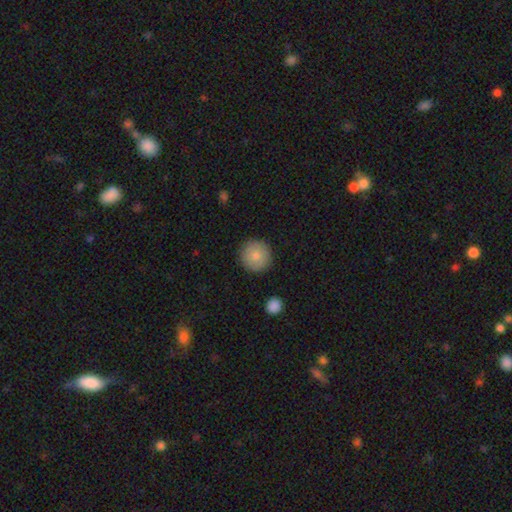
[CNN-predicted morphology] A smooth galaxy with no disk features (82%) that is round (95%). Merging: none (91%).